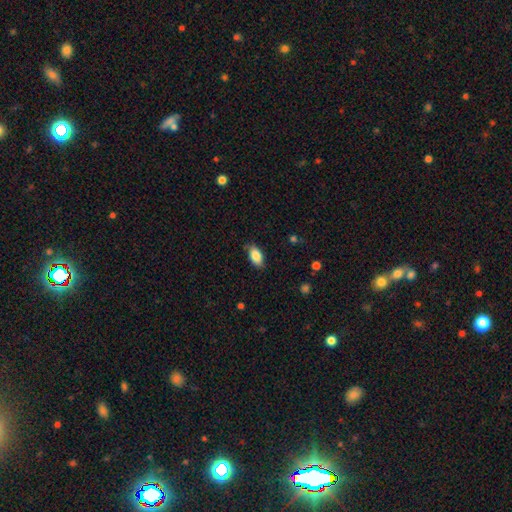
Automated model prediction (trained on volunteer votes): A smooth galaxy with no disk features (85%) that is in between round and cigar-shaped (92%). Merging: none (82%).